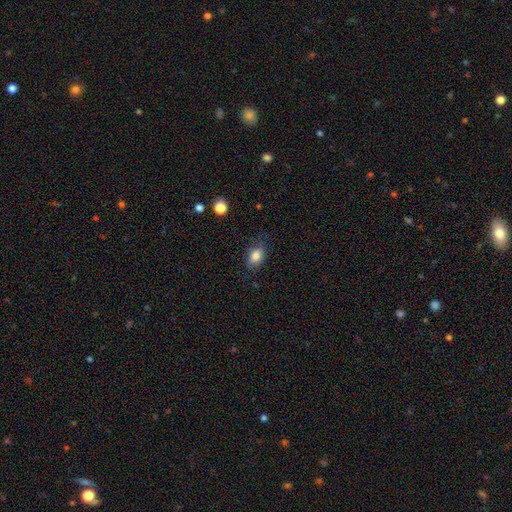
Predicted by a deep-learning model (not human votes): Smooth or featured?
  - smooth: 83% *
  - featured or disk: 9%
  - star or artifact: 8%
How rounded?
  - in between: 86% *
  - round: 12%
  - cigar-shaped: 2%
Merging?
  - none: 74% *
  - minor disturbance: 19%
  - major disturbance: 6%
  - merger: 1%